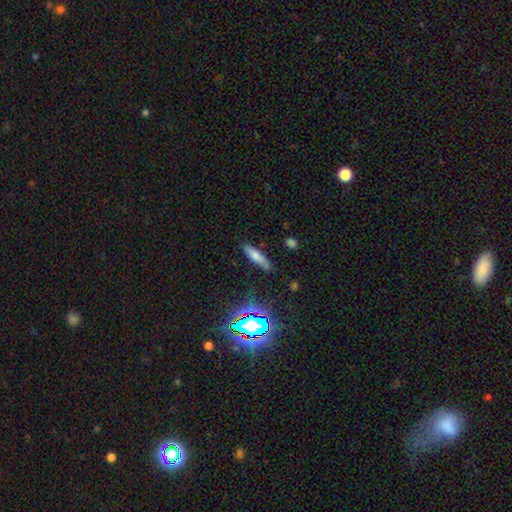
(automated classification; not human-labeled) Smooth or featured? smooth (66%)
How rounded? cigar-shaped (69%)
Merging? none (80%)